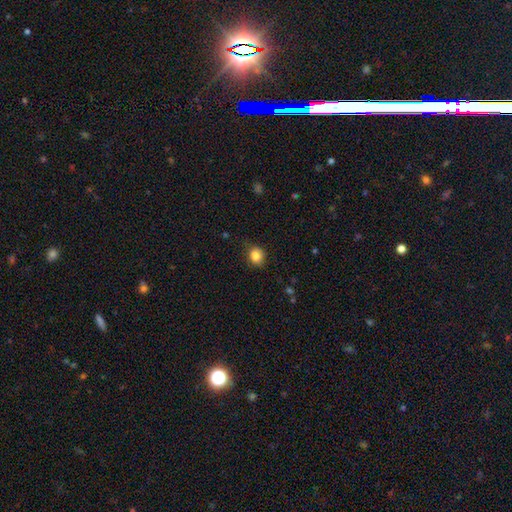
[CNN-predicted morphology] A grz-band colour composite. It shows a smooth galaxy with no disk features (85%) that is round (68%). Merging: none (79%).